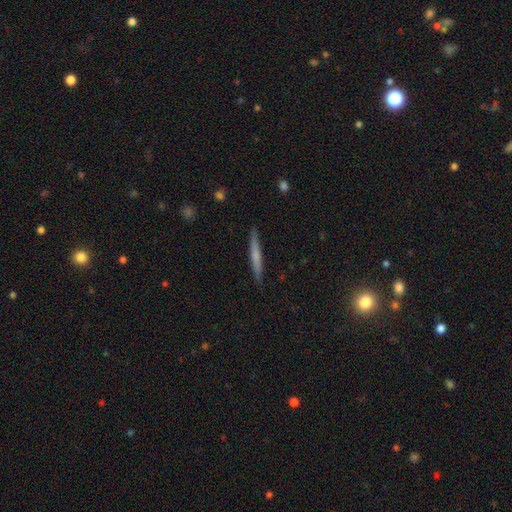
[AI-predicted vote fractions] Smooth or featured? smooth (52%)
How rounded? cigar-shaped (96%)
Merging? none (90%)